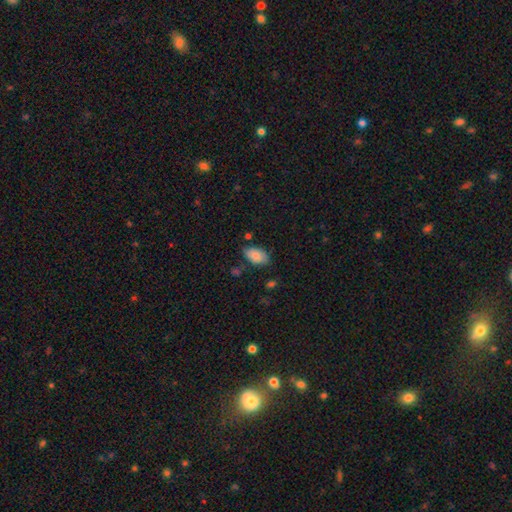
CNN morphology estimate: Smooth or featured? Predicted: smooth (p=0.84). How rounded? Predicted: in between (p=0.94). Merging? Predicted: none (p=0.71).